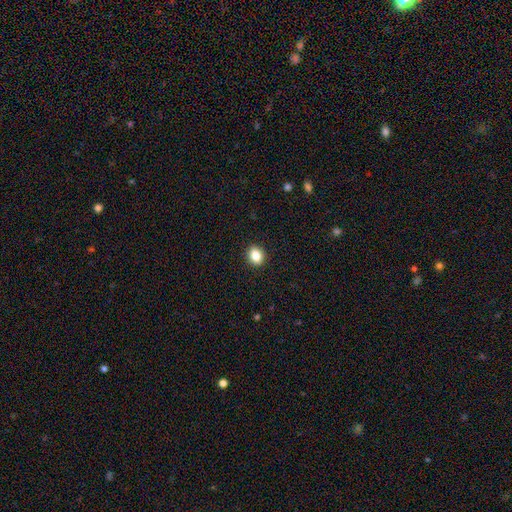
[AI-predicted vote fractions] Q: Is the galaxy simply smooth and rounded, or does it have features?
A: smooth — 85%.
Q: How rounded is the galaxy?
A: in between — 50%.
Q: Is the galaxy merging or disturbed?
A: none — 91%.